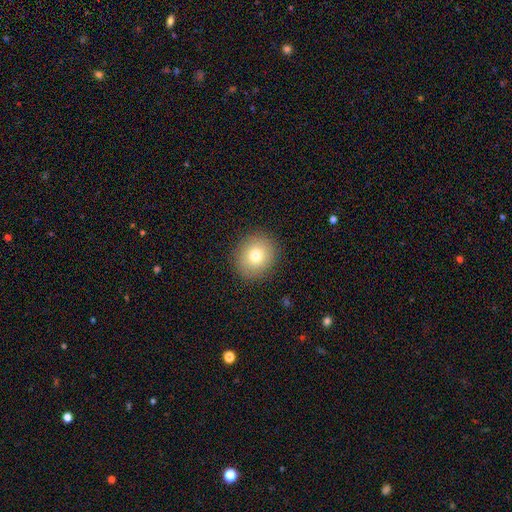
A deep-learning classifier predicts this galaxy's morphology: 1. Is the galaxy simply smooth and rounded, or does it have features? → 78% smooth, 12% featured or disk, 11% star or artifact.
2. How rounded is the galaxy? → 77% round, 22% in between, 1% cigar-shaped.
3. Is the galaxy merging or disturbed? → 89% none, 8% minor disturbance, 3% major disturbance, 1% merger.